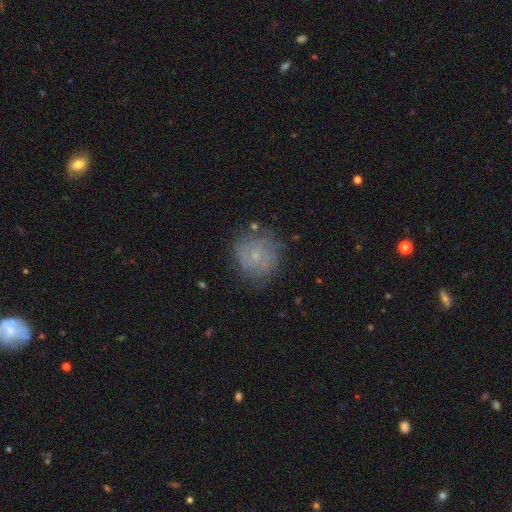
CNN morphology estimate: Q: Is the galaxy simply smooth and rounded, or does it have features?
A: featured or disk — 52%.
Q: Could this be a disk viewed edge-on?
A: no — 97%.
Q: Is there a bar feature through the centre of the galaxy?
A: no — 83%.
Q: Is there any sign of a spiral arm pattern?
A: yes — 67%.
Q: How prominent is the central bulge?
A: small — 79%.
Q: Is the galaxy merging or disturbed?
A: none — 72%.